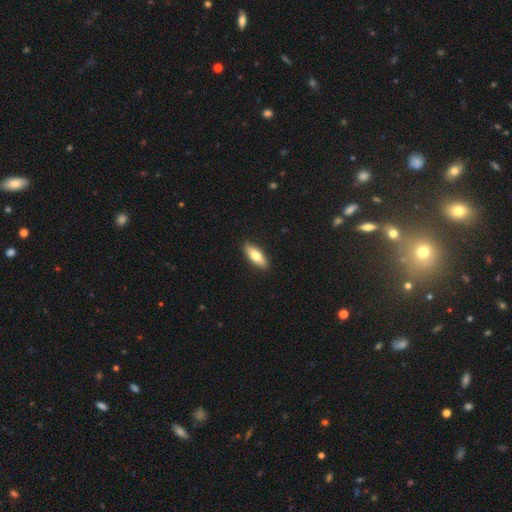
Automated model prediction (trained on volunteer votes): A smooth galaxy with no disk features (72%) that is in between round and cigar-shaped (67%).

Vote fractions:
- Smooth or featured? smooth: 72% / featured or disk: 23% / star or artifact: 6%
- How rounded? in between: 67% / cigar-shaped: 31% / round: 2%
- Merging? none: 90% / minor disturbance: 7% / major disturbance: 2% / merger: 1%